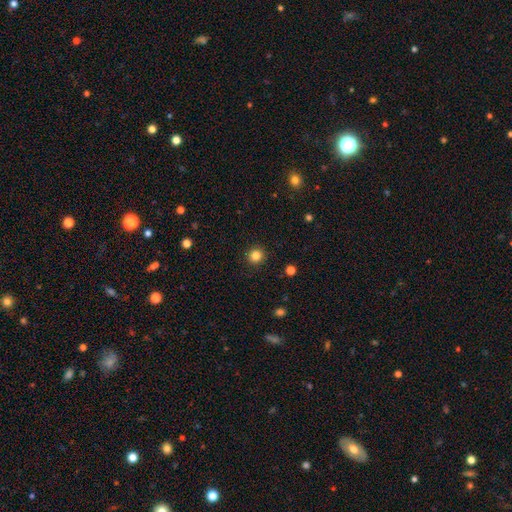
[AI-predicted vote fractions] Smooth or featured? Predicted: smooth (p=0.83). How rounded? Predicted: round (p=0.92). Merging? Predicted: none (p=0.92).